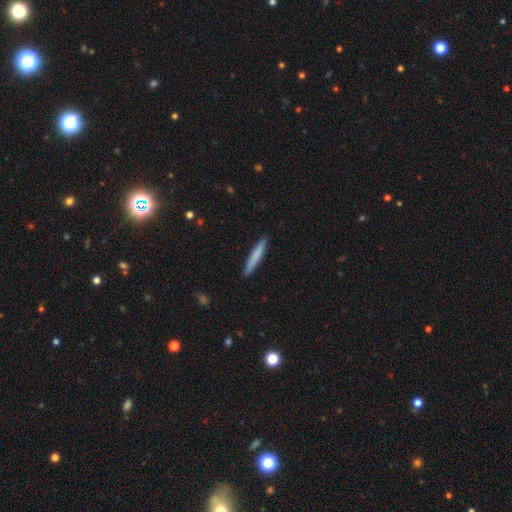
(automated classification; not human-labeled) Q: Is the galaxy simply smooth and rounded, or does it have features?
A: smooth — 76%.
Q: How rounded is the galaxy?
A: cigar-shaped — 96%.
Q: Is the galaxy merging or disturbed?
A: none — 92%.